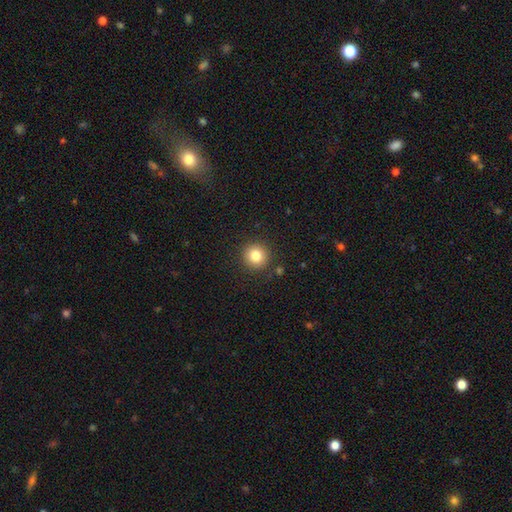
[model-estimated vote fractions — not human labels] Smooth or featured? smooth (83%)
How rounded? round (93%)
Merging? none (90%)